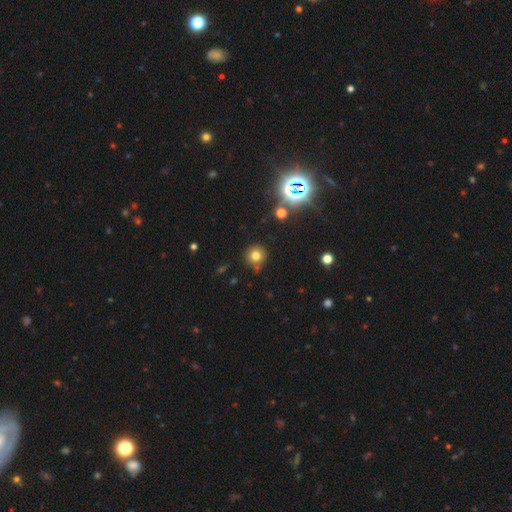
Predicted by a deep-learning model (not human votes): Smooth or featured? smooth (73%)
How rounded? round (92%)
Merging? none (80%)